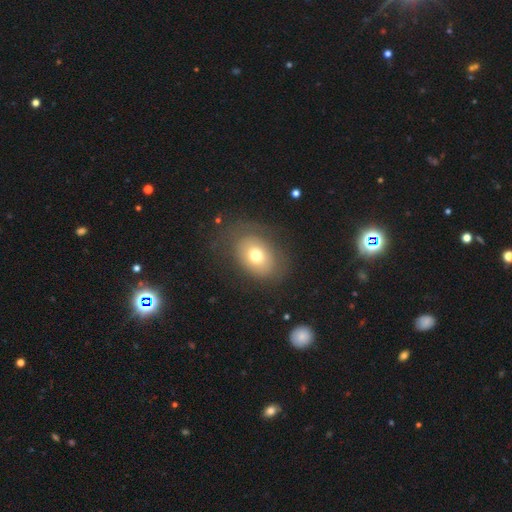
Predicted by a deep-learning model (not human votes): A smooth galaxy with no disk features (66%) that is in between round and cigar-shaped (70%).

Vote fractions:
- Smooth or featured? smooth: 66% / featured or disk: 25% / star or artifact: 10%
- How rounded? in between: 70% / round: 29% / cigar-shaped: 1%
- Merging? none: 72% / minor disturbance: 16% / major disturbance: 10% / merger: 1%